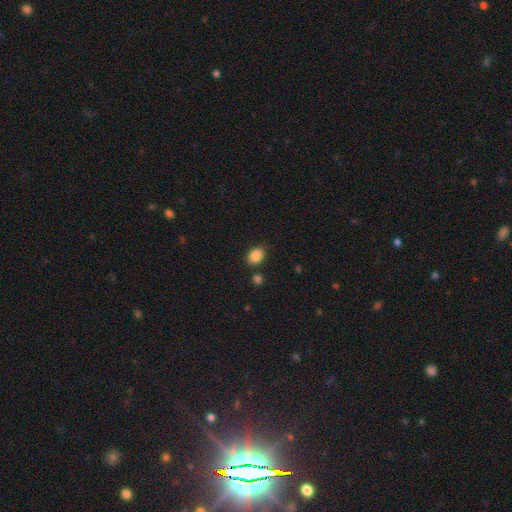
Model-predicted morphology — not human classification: smooth 87%, star or artifact 9%, featured or disk 4%. Down the decision tree: how rounded — in between (65%); merging — none (78%).